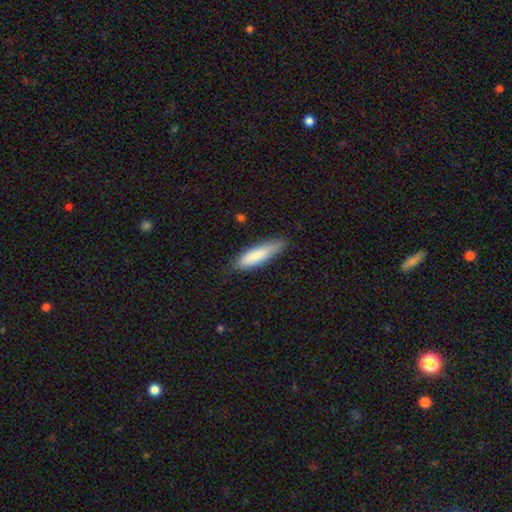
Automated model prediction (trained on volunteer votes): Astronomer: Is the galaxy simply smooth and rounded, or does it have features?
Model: smooth — 81%.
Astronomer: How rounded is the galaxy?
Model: cigar-shaped — 67%.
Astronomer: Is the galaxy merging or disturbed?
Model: none — 74%.